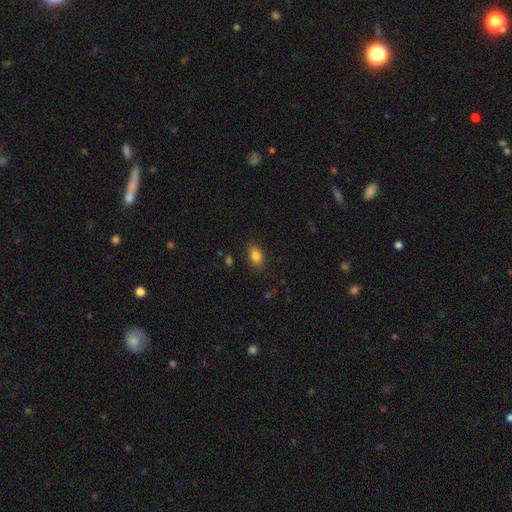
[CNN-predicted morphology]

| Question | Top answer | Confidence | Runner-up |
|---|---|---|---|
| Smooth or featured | smooth | 84% | star or artifact (10%) |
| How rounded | in between | 84% | round (14%) |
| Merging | none | 85% | minor disturbance (11%) |